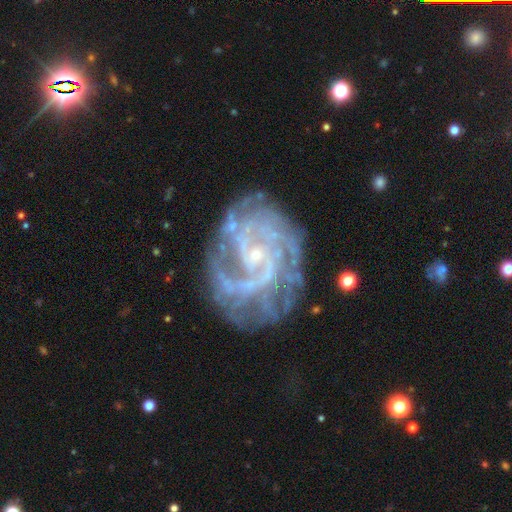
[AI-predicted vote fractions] Morphology: type=featured or disk (90%); edge-on=no (98%); bar=no (60%); spiral arms=yes (97%); winding=tight (55%); arm count=can't tell (24%); bulge=small (84%); merging=none (67%).